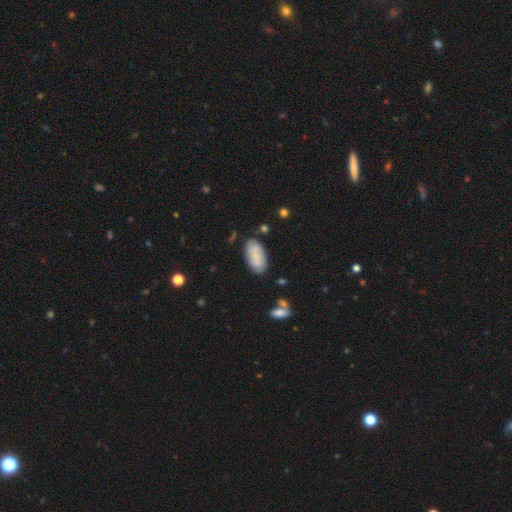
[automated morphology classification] Smooth or featured? Predicted: smooth (p=0.74). How rounded? Predicted: in between (p=0.93). Merging? Predicted: none (p=0.77).